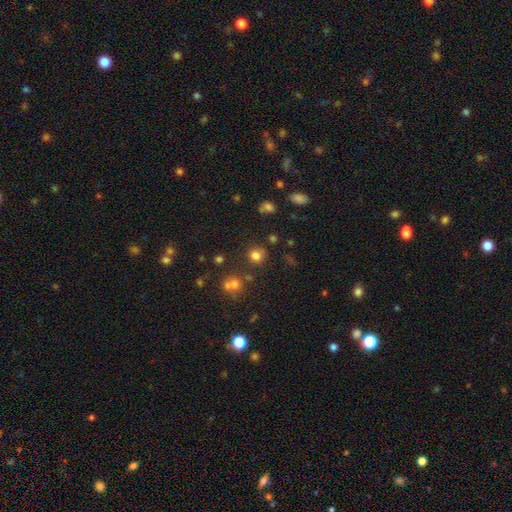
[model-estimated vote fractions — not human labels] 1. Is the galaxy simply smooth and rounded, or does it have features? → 76% smooth, 17% star or artifact, 7% featured or disk.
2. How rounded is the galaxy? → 86% round, 13% in between, 1% cigar-shaped.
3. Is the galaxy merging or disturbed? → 79% none, 10% minor disturbance, 7% merger, 4% major disturbance.